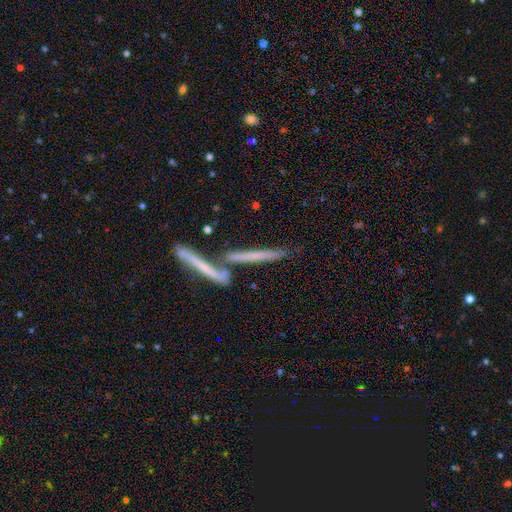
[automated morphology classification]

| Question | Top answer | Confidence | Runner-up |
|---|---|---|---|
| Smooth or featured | featured or disk | 49% | smooth (41%) |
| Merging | none | 54% | merger (32%) |